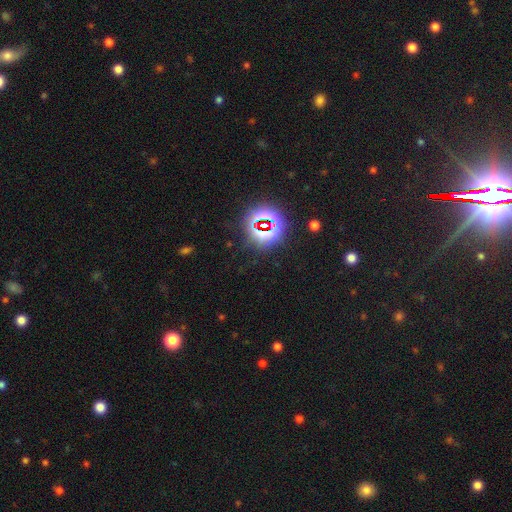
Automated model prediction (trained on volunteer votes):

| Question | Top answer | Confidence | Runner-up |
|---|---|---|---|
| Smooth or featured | star or artifact | 80% | smooth (12%) |